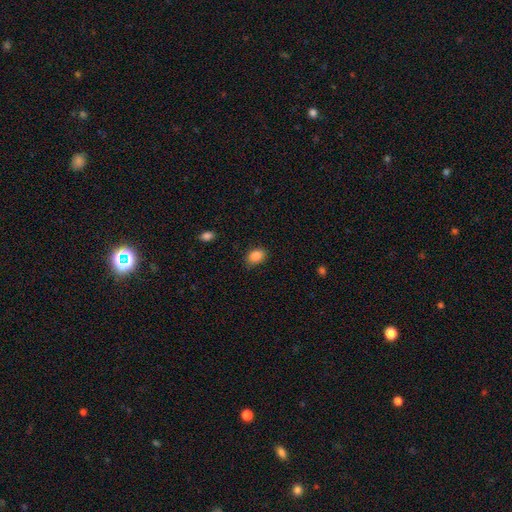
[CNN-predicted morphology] smooth_or_featured: smooth (p=0.87) [alt: star or artifact p=0.09]
how_rounded: in between (p=0.73) [alt: round p=0.26]
merging: none (p=0.82) [alt: minor disturbance p=0.14]